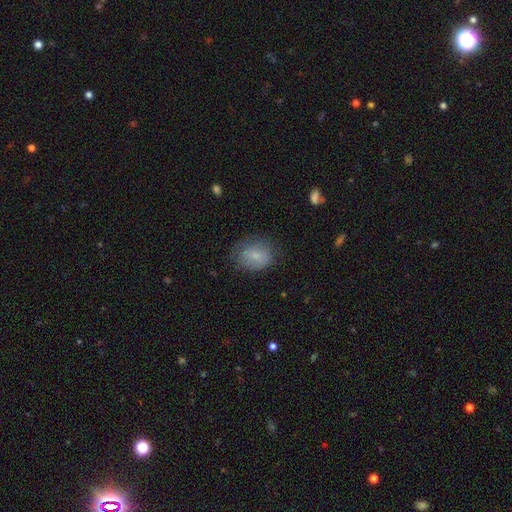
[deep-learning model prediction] A smooth galaxy with no disk features (76%) that is in between round and cigar-shaped (52%).

Vote fractions:
- Smooth or featured? smooth: 76% / featured or disk: 16% / star or artifact: 9%
- How rounded? in between: 52% / round: 47% / cigar-shaped: 1%
- Merging? none: 68% / minor disturbance: 23% / major disturbance: 9% / merger: 1%